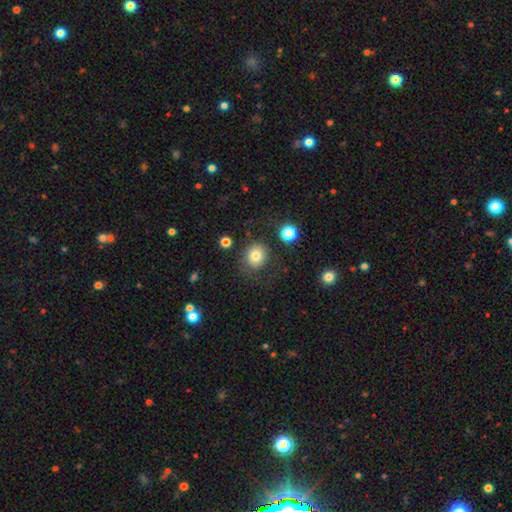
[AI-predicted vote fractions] smooth_or_featured: smooth (p=0.80) [alt: star or artifact p=0.12]
how_rounded: round (p=0.83) [alt: in between p=0.16]
merging: none (p=0.76) [alt: minor disturbance p=0.13]